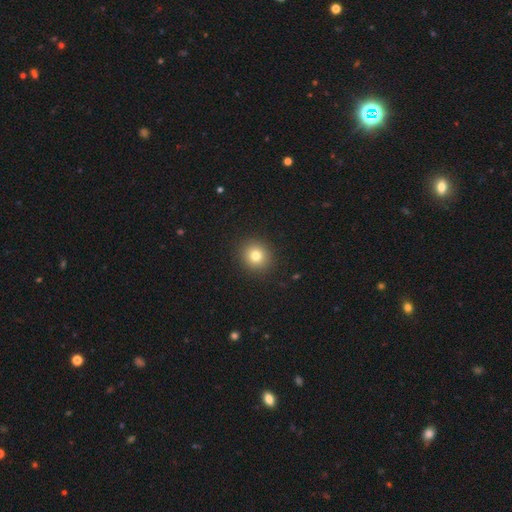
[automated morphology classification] Smooth or featured? smooth (79%)
How rounded? round (89%)
Merging? none (92%)